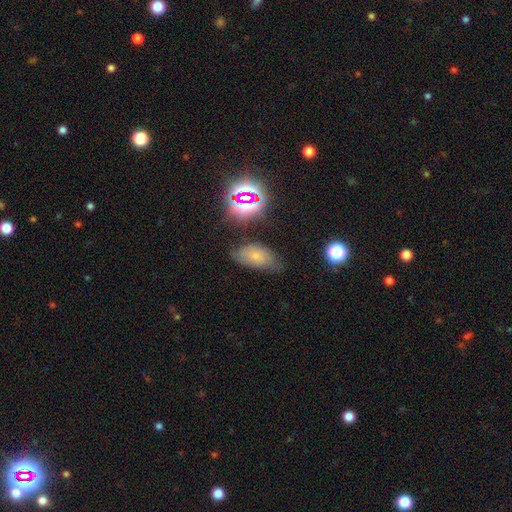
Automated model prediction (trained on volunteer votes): The model was most divided on "smooth or featured": smooth: 55%, featured or disk: 26%, star or artifact: 19%. More confident: how rounded — in between (91%); merging — none (60%).